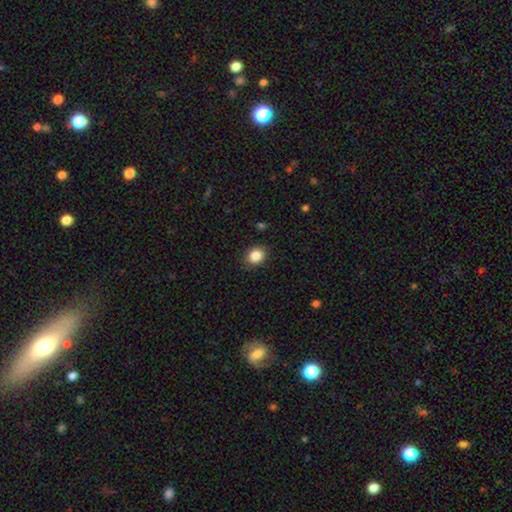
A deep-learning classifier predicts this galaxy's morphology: smooth-or-featured: smooth: 85% | star or artifact: 10% | featured or disk: 5%
  how-rounded: round: 55% | in between: 44% | cigar-shaped: 1%
  merging: none: 88% | minor disturbance: 9% | major disturbance: 2% | merger: 1%